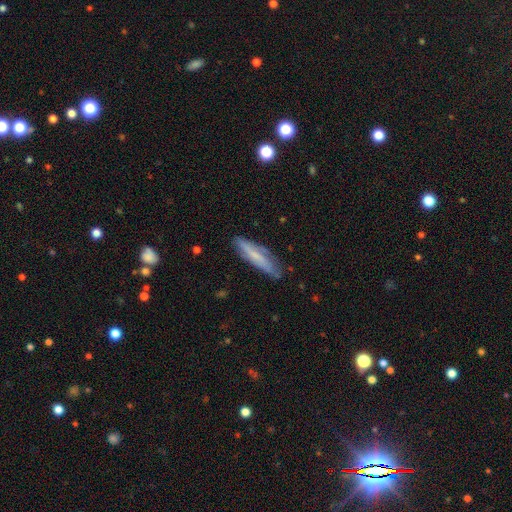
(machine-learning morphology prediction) A smooth galaxy with no disk features (49%).

Vote fractions:
- Smooth or featured? smooth: 49% / featured or disk: 43% / star or artifact: 7%
- Merging? none: 76% / minor disturbance: 19% / major disturbance: 4% / merger: 2%